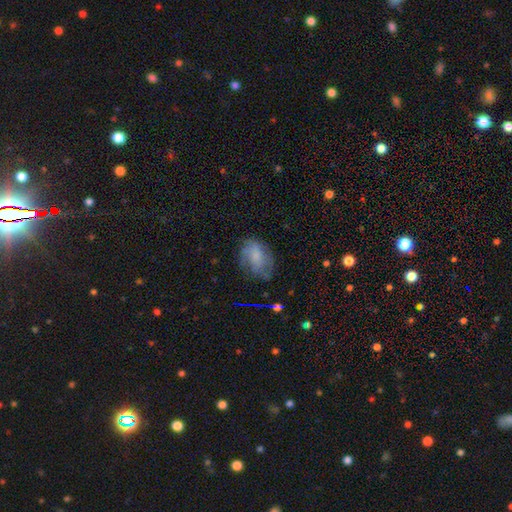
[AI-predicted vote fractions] A smooth galaxy with no disk features (61%) that is in between round and cigar-shaped (83%).

Vote fractions:
- Smooth or featured? smooth: 61% / featured or disk: 29% / star or artifact: 10%
- How rounded? in between: 83% / round: 15% / cigar-shaped: 2%
- Merging? none: 57% / minor disturbance: 27% / major disturbance: 14% / merger: 2%